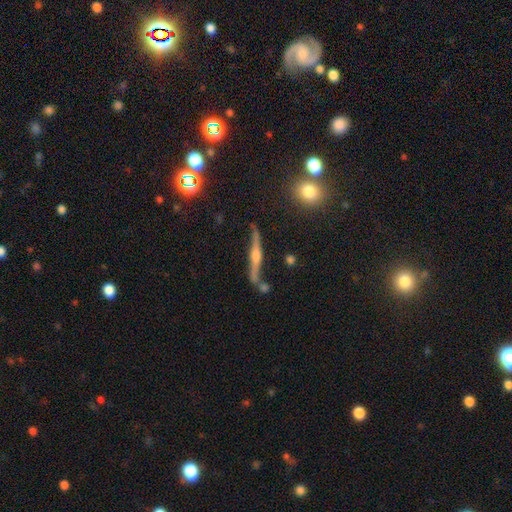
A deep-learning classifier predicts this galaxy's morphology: smooth_or_featured: featured or disk (p=0.80) [alt: smooth p=0.12]
disk_edge_on: yes (p=0.90) [alt: no p=0.10]
edge_on_bulge: rounded (p=0.88) [alt: boxy p=0.07]
merging: none (p=0.71) [alt: minor disturbance p=0.16]